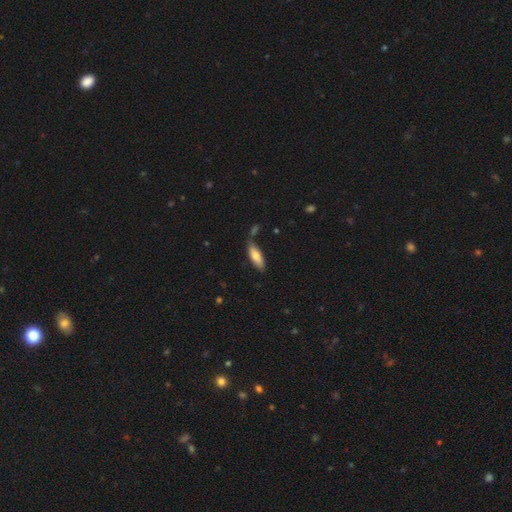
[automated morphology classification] Smooth or featured? Predicted: smooth (p=0.72). How rounded? Predicted: in between (p=0.55). Merging? Predicted: none (p=0.71).